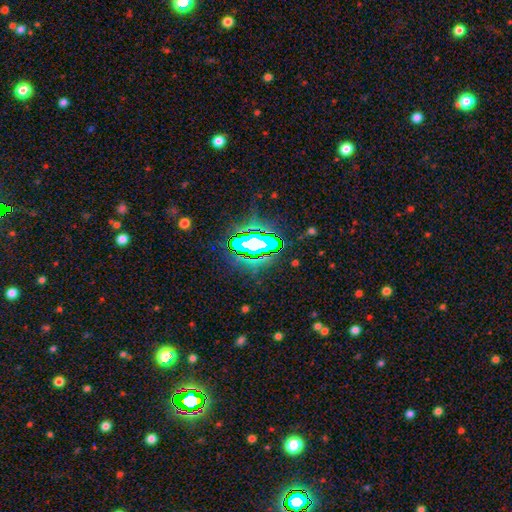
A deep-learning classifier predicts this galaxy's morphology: Smooth or featured? Predicted: star or artifact (p=0.69).